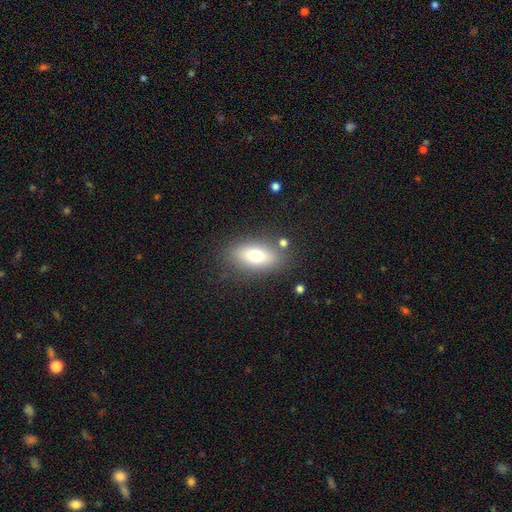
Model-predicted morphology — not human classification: smooth 72%, featured or disk 19%, star or artifact 10%. Down the decision tree: how rounded — in between (83%); merging — none (80%).